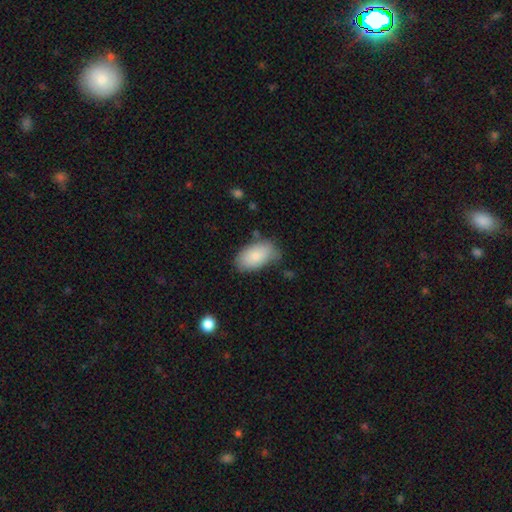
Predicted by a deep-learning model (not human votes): smooth 85%, featured or disk 9%, star or artifact 6%. Down the decision tree: how rounded — in between (95%); merging — none (69%).